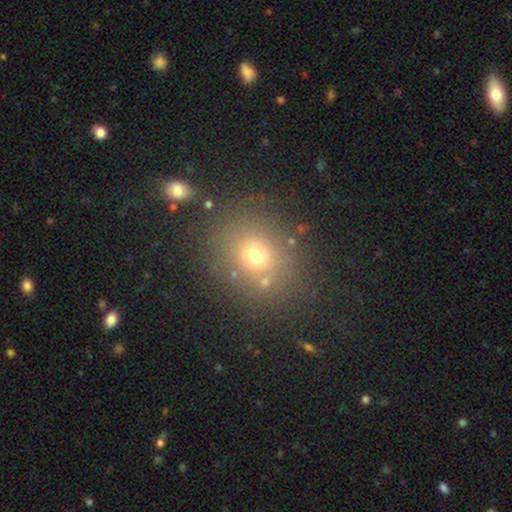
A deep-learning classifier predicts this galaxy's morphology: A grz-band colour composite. It shows a smooth galaxy with no disk features (67%) that is round (70%). Merging: none (80%).